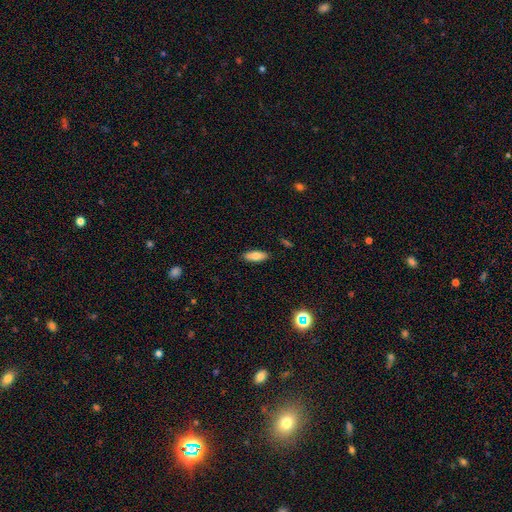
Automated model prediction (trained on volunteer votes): smooth 78%, featured or disk 14%, star or artifact 8%. Down the decision tree: how rounded — in between (75%); merging — none (88%).